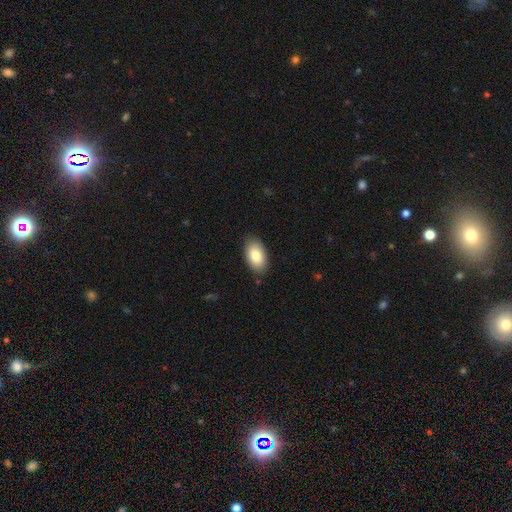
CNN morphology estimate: smooth-or-featured: smooth: 84% | featured or disk: 10% | star or artifact: 6%
  how-rounded: in between: 94% | round: 4% | cigar-shaped: 1%
  merging: none: 86% | minor disturbance: 11% | major disturbance: 2% | merger: 1%